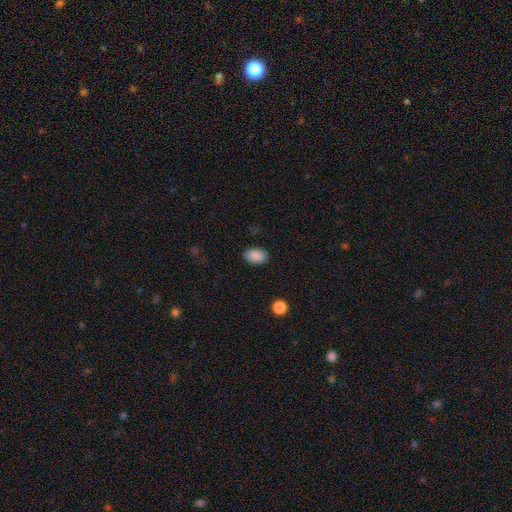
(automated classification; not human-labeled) smooth_or_featured: smooth (p=0.89) [alt: star or artifact p=0.08]
how_rounded: in between (p=0.90) [alt: round p=0.08]
merging: none (p=0.87) [alt: minor disturbance p=0.10]